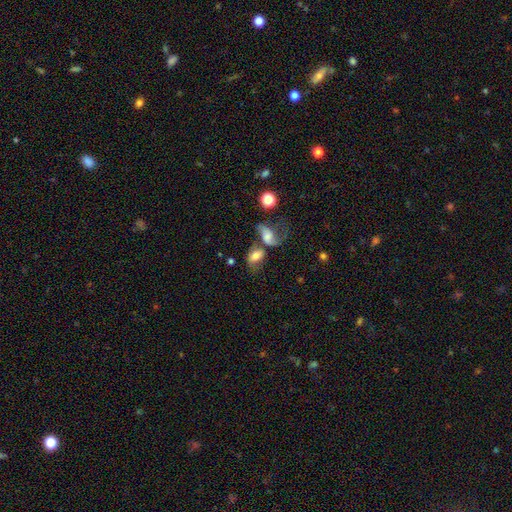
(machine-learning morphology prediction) smooth-or-featured: smooth: 58% | featured or disk: 32% | star or artifact: 10%
  how-rounded: in between: 82% | round: 15% | cigar-shaped: 3%
  merging: merger: 53% | none: 23% | major disturbance: 13% | minor disturbance: 11%